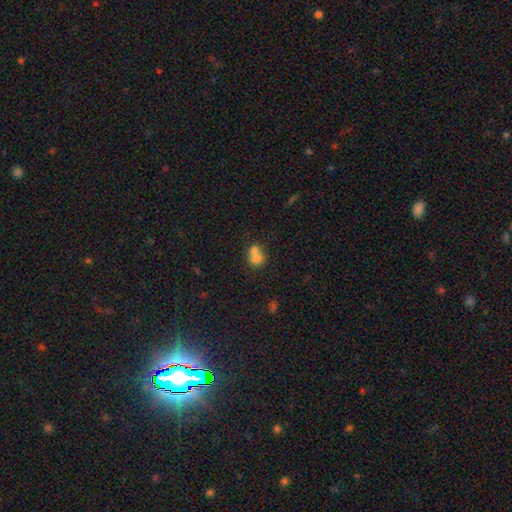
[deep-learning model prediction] Smooth or featured?
  - smooth: 71% *
  - featured or disk: 18%
  - star or artifact: 11%
How rounded?
  - round: 62% *
  - in between: 37%
  - cigar-shaped: 1%
Merging?
  - merger: 63% *
  - none: 26%
  - minor disturbance: 7%
  - major disturbance: 4%